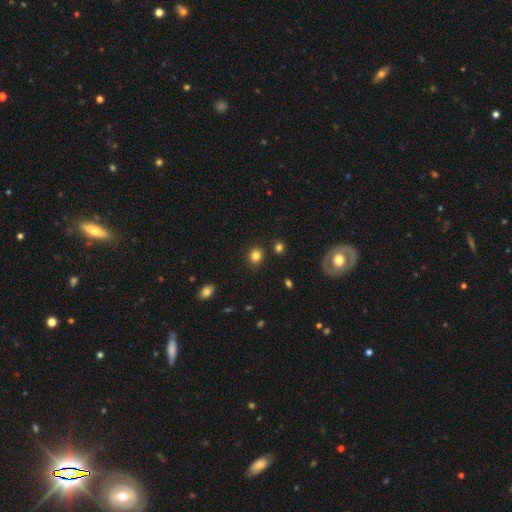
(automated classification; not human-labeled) The model was most divided on "how rounded": round: 80%, in between: 19%, cigar-shaped: 1%. More confident: merging — none (88%); smooth or featured — smooth (83%).